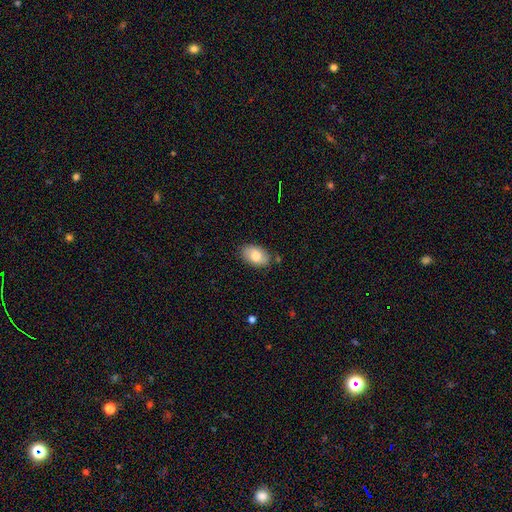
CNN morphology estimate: Overall: smooth (79%). How rounded: in between (91%). Merging: none (80%).